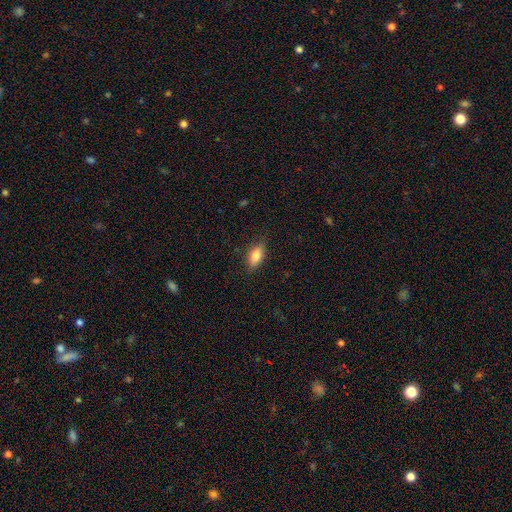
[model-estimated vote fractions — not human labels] This is likely a smooth galaxy (79%). How rounded: clearly in between (85%). Merging: clearly none (82%).